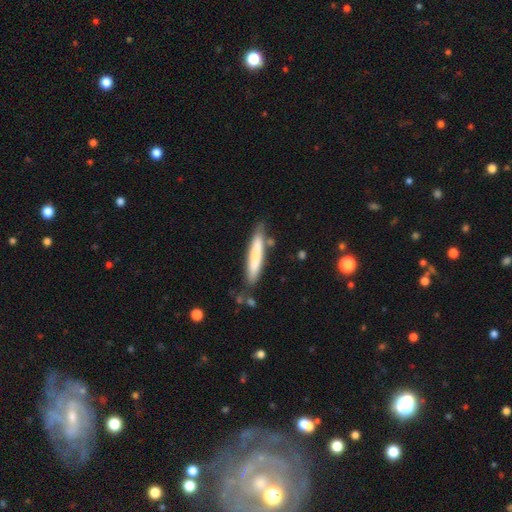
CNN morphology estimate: Smooth or featured? Predicted: smooth (p=0.74). How rounded? Predicted: cigar-shaped (p=0.91). Merging? Predicted: none (p=0.77).